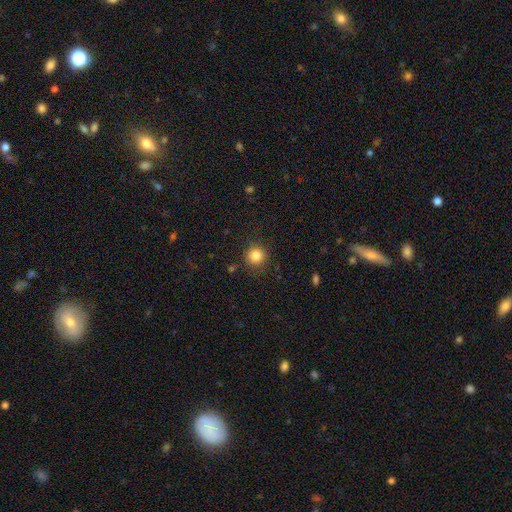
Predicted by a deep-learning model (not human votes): smooth_or_featured: smooth (p=0.84) [alt: star or artifact p=0.11]
how_rounded: round (p=0.93) [alt: in between p=0.06]
merging: none (p=0.87) [alt: minor disturbance p=0.09]